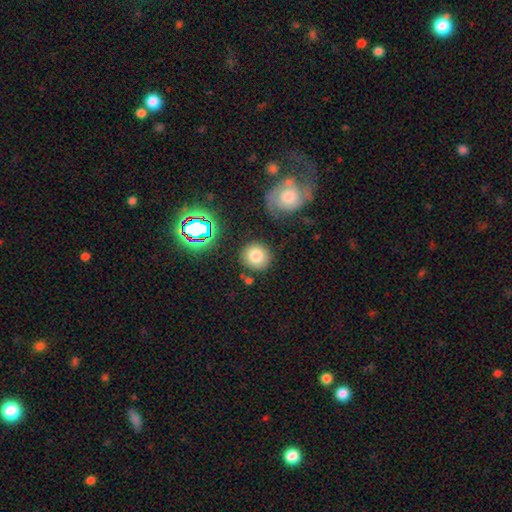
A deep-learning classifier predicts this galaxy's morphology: Smooth or featured? Predicted: smooth (p=0.79). How rounded? Predicted: round (p=0.92). Merging? Predicted: none (p=0.83).